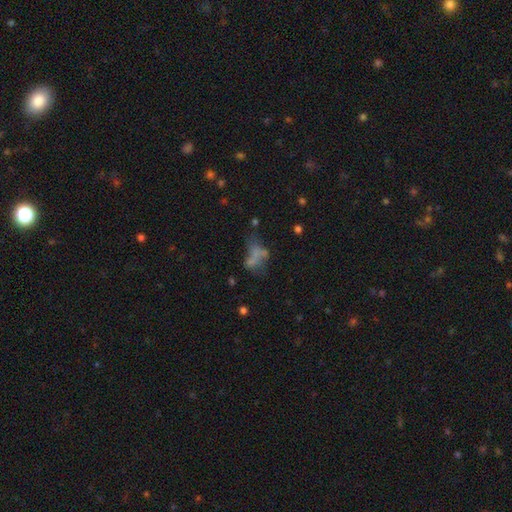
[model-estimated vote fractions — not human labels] A smooth galaxy with no disk features (49%).

Vote fractions:
- Smooth or featured? smooth: 49% / featured or disk: 32% / star or artifact: 19%
- Merging? major disturbance: 33% / none: 26% / merger: 25% / minor disturbance: 17%